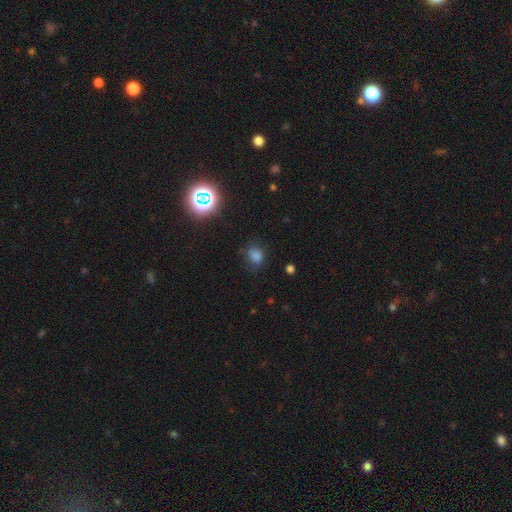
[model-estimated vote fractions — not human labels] Smooth or featured? Predicted: smooth (p=0.74). How rounded? Predicted: round (p=0.55). Merging? Predicted: none (p=0.64).